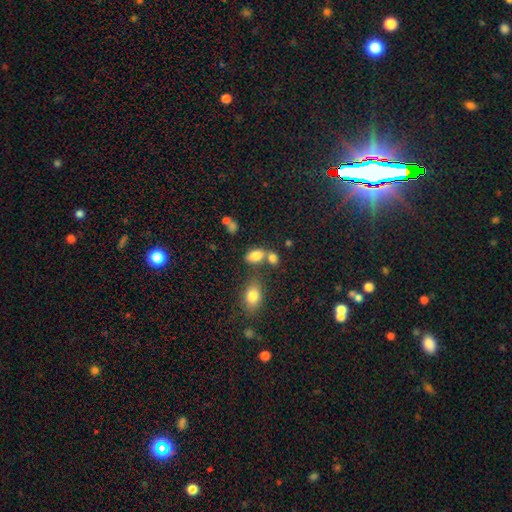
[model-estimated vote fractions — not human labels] Smooth or featured? smooth (82%)
How rounded? in between (86%)
Merging? none (51%)